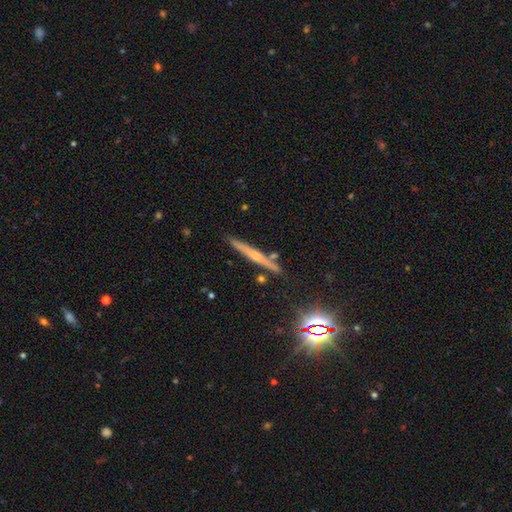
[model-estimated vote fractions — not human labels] smooth_or_featured: featured or disk (p=0.57) [alt: smooth p=0.29]
disk_edge_on: yes (p=0.96) [alt: no p=0.04]
edge_on_bulge: rounded (p=0.55) [alt: none p=0.33]
merging: none (p=0.85) [alt: minor disturbance p=0.09]